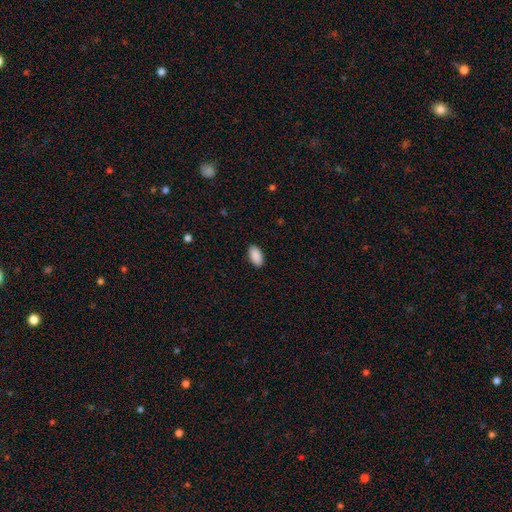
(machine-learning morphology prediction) smooth_or_featured: smooth (p=0.91) [alt: star or artifact p=0.06]
how_rounded: in between (p=0.94) [alt: cigar-shaped p=0.03]
merging: none (p=0.89) [alt: minor disturbance p=0.08]